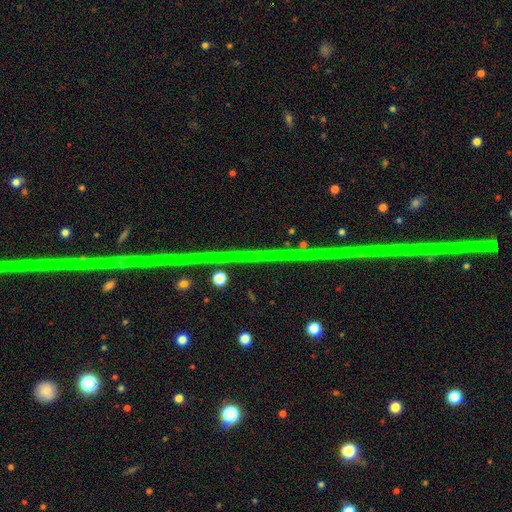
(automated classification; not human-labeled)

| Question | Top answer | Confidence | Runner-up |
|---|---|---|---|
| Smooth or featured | star or artifact | 85% | featured or disk (9%) |